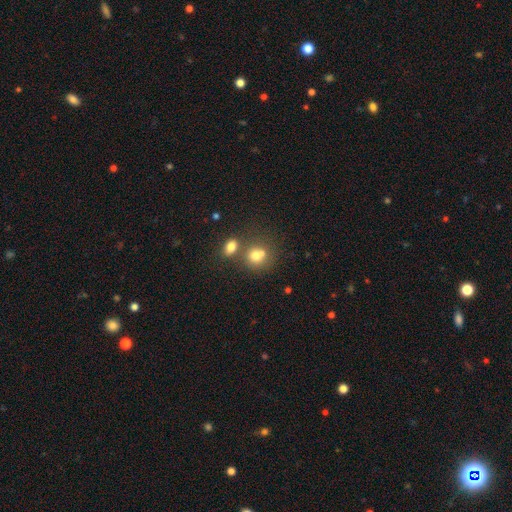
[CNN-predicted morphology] A smooth galaxy with no disk features (72%) that is round (73%).

Vote fractions:
- Smooth or featured? smooth: 72% / featured or disk: 14% / star or artifact: 13%
- How rounded? round: 73% / in between: 26% / cigar-shaped: 1%
- Merging? merger: 47% / none: 39% / minor disturbance: 9% / major disturbance: 4%